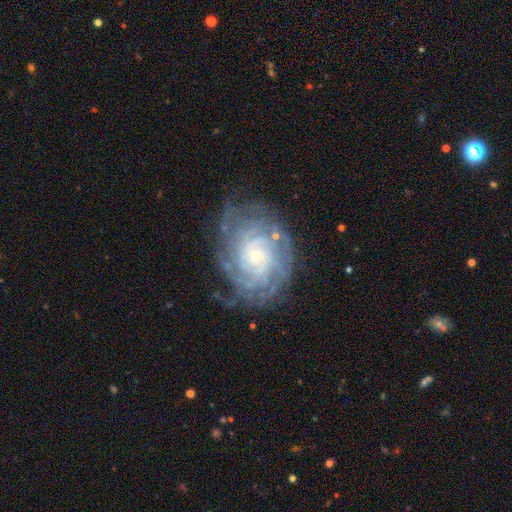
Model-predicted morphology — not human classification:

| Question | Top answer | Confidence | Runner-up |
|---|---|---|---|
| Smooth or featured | featured or disk | 88% | star or artifact (6%) |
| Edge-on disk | no | 97% | yes (3%) |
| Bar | no | 77% | weak (18%) |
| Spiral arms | yes | 97% | no (3%) |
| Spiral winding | tight | 79% | medium (18%) |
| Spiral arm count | can't tell | 27% | more than 4 (25%) |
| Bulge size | small | 80% | moderate (15%) |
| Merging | none | 77% | minor disturbance (16%) |